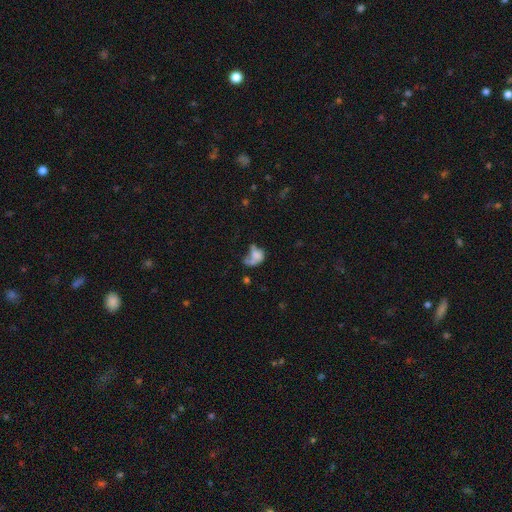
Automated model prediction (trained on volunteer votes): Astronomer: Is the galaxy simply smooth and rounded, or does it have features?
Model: smooth — 55% (runner-up: featured or disk, 31%).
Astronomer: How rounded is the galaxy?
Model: in between — 72%.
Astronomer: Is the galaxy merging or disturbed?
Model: merger — 33% (runner-up: major disturbance, 31%).